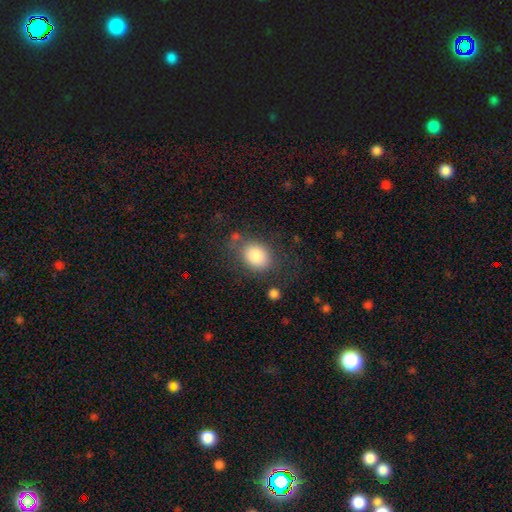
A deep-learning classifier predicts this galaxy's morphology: This is clearly a smooth galaxy (85%). How rounded: possibly in between (57%). Merging: likely none (69%).